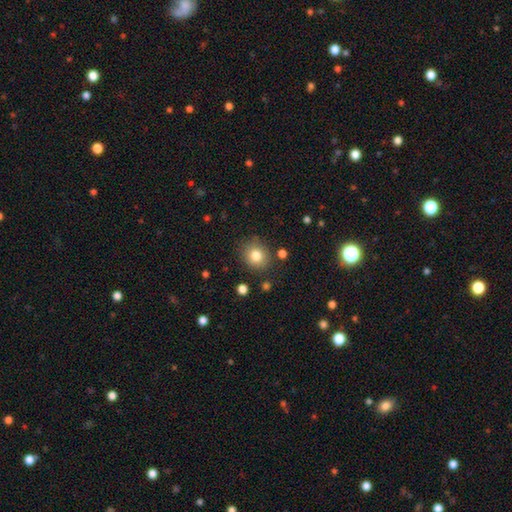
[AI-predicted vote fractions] Morphology: type=smooth (81%); roundness=round (77%); merging=none (84%).